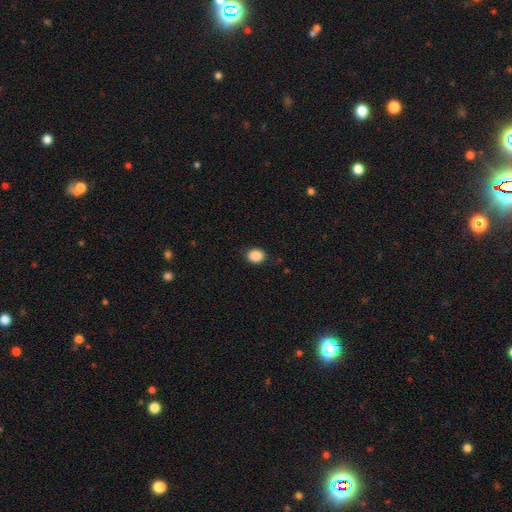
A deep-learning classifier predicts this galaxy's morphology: Smooth or featured? Predicted: smooth (p=0.88). How rounded? Predicted: round (p=0.54). Merging? Predicted: none (p=0.86).